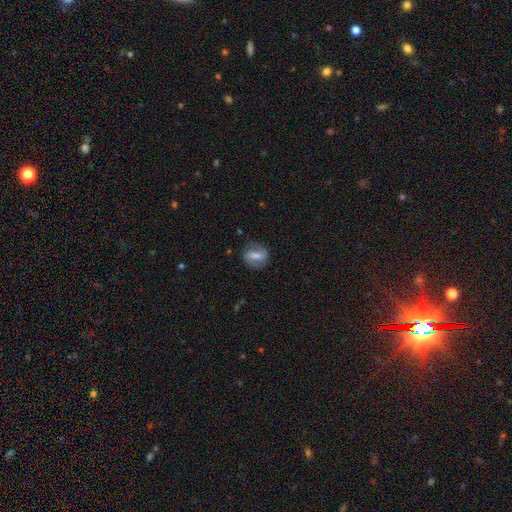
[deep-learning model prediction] This is possibly a featured or disk galaxy (55%). It is clearly not viewed edge-on (93%). Bar: possibly strong (54%). Spiral arm pattern: likely yes (75%). Central bulge: marginally moderate (37%). Merging: likely none (76%).